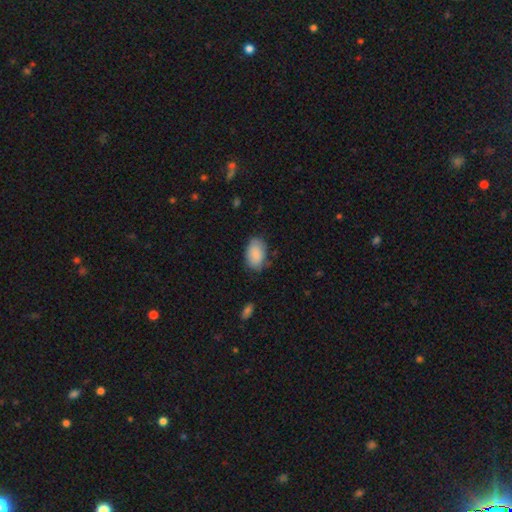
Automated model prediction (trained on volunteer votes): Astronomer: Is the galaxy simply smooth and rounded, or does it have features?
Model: smooth — 87%.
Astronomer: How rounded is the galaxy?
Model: in between — 92%.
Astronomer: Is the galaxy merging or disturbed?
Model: none — 74%.